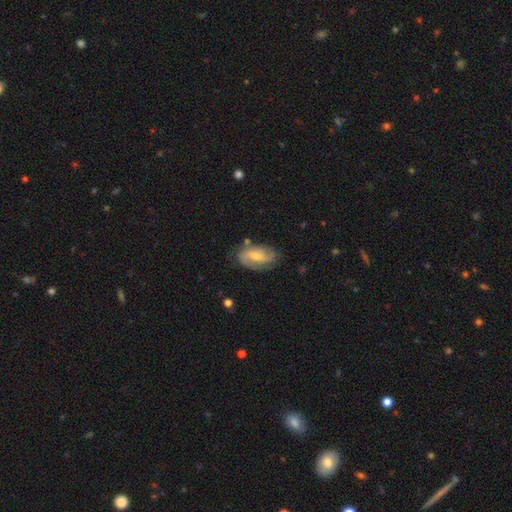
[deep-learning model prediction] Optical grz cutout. It shows a featured or disk galaxy (72%) with a weak bar (46%), 2 (73%) medium (43%) spiral arms (92%) and a small central bulge (50%). Merging: none (74%).